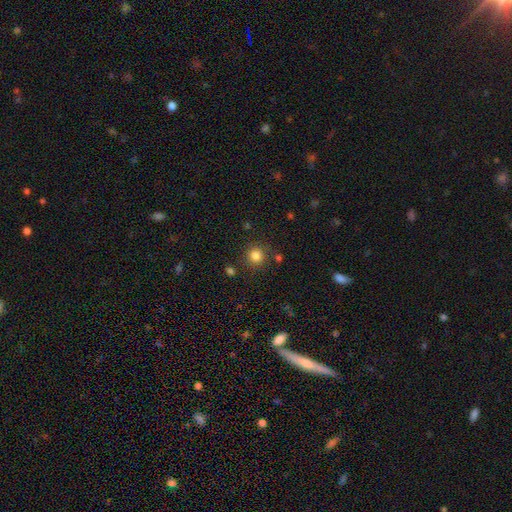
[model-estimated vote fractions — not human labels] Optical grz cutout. It shows a smooth galaxy with no disk features (83%) that is round (92%). Merging: none (85%).